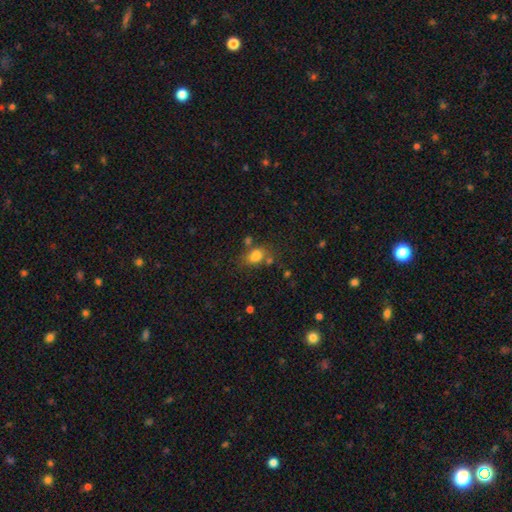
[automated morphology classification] Smooth or featured?
  - smooth: 78% *
  - star or artifact: 12%
  - featured or disk: 10%
How rounded?
  - in between: 69% *
  - round: 29%
  - cigar-shaped: 2%
Merging?
  - none: 54% *
  - minor disturbance: 19%
  - merger: 18%
  - major disturbance: 8%